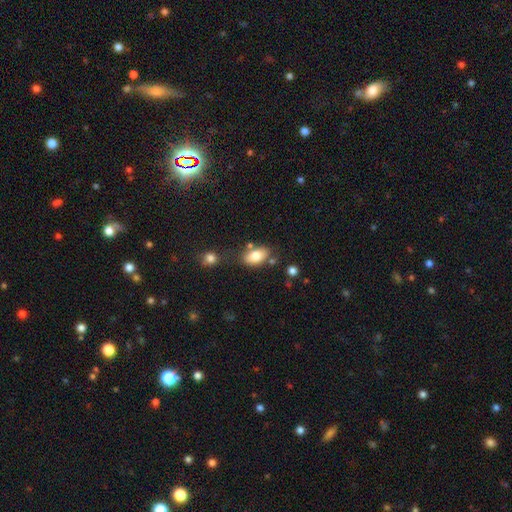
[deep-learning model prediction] smooth-or-featured: smooth: 81% | featured or disk: 12% | star or artifact: 8%
  how-rounded: in between: 91% | round: 7% | cigar-shaped: 2%
  merging: none: 67% | minor disturbance: 16% | merger: 12% | major disturbance: 5%